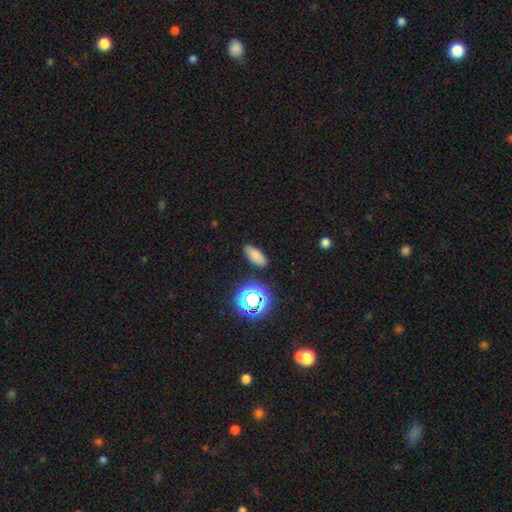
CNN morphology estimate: type=smooth (76%); roundness=in between (81%); merging=none (87%).